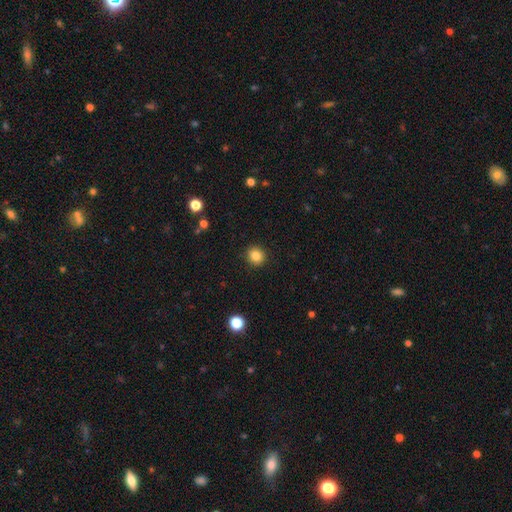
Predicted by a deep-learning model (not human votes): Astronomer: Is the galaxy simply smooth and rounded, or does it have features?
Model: smooth — 85%.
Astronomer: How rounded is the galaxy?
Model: round — 88%.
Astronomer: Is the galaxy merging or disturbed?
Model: none — 92%.